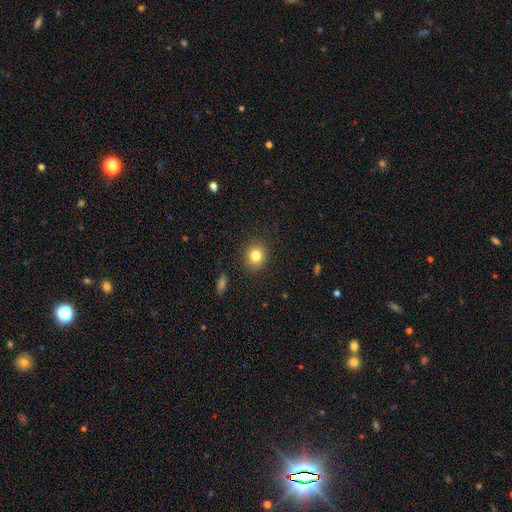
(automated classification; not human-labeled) Smooth or featured: smooth — 81% (star or artifact — 11%)
How rounded: round — 76% (in between — 24%)
Merging: none — 89% (minor disturbance — 7%)